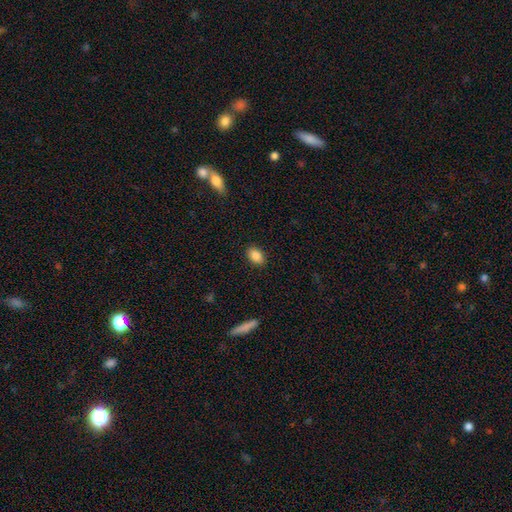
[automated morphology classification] smooth-or-featured: smooth: 87% | star or artifact: 8% | featured or disk: 5%
  how-rounded: in between: 84% | round: 15% | cigar-shaped: 2%
  merging: none: 88% | minor disturbance: 8% | major disturbance: 2% | merger: 1%